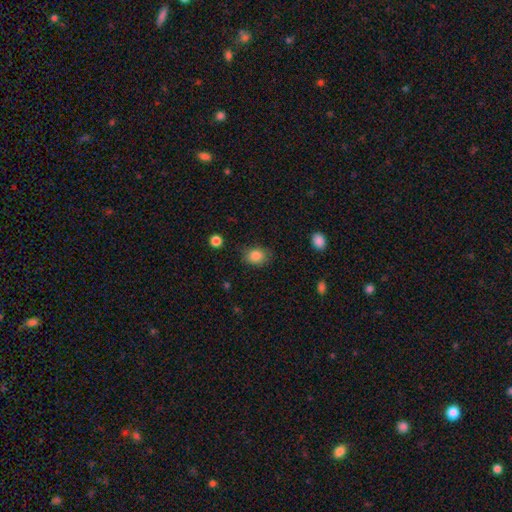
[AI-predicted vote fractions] Morphology: type=smooth (85%); roundness=round (50%); merging=none (81%).